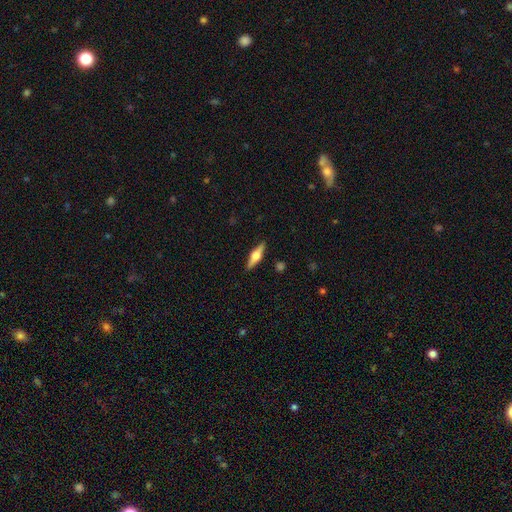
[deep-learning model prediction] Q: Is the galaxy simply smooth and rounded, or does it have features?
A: featured or disk — 65%.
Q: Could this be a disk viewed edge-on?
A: yes — 97%.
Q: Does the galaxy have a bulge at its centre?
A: rounded — 92%.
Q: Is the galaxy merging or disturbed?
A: none — 90%.